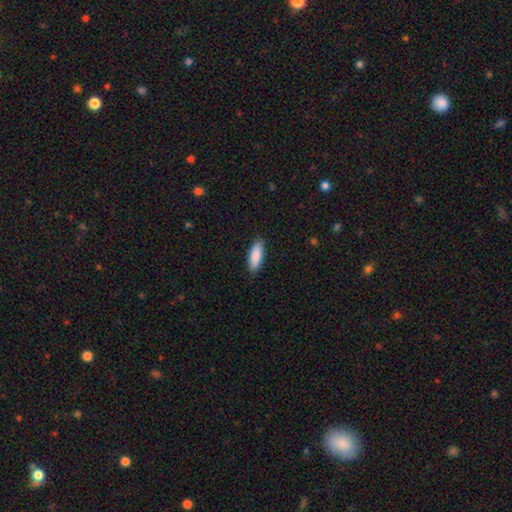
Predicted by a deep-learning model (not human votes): Smooth or featured? smooth (87%)
How rounded? in between (60%)
Merging? none (87%)